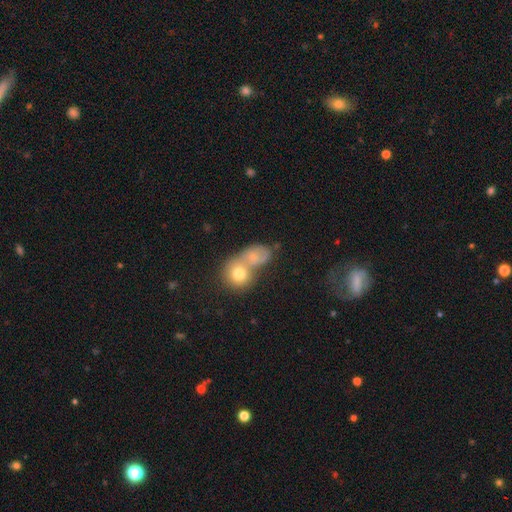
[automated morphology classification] This is likely a smooth galaxy (71%). How rounded: possibly round (50%). Merging: likely merger (66%).